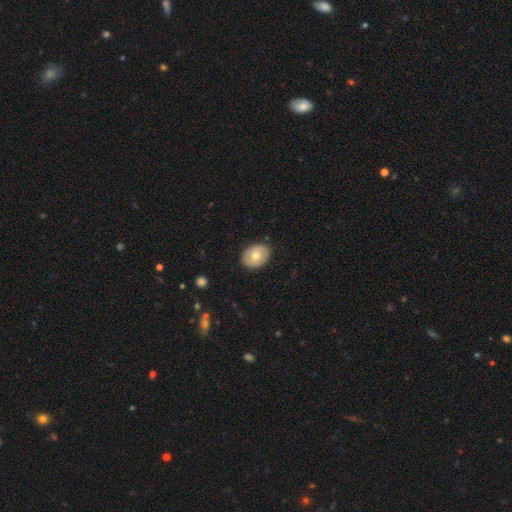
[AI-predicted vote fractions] smooth_or_featured: smooth (p=0.65) [alt: featured or disk p=0.29]
how_rounded: in between (p=0.62) [alt: round p=0.37]
merging: none (p=0.85) [alt: minor disturbance p=0.12]